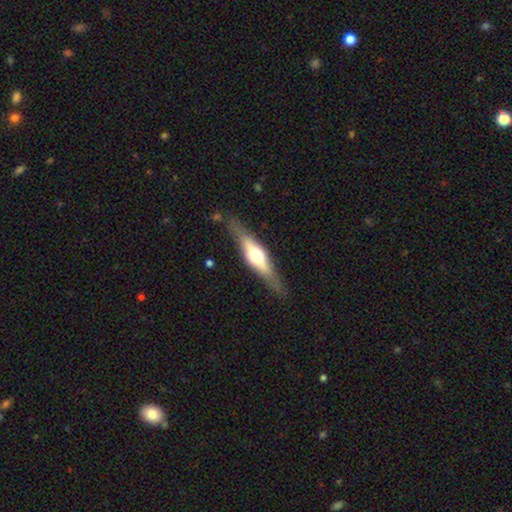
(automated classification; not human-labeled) smooth_or_featured: featured or disk (p=0.64) [alt: smooth p=0.30]
disk_edge_on: yes (p=0.93) [alt: no p=0.07]
edge_on_bulge: rounded (p=0.90) [alt: boxy p=0.07]
merging: none (p=0.82) [alt: minor disturbance p=0.13]